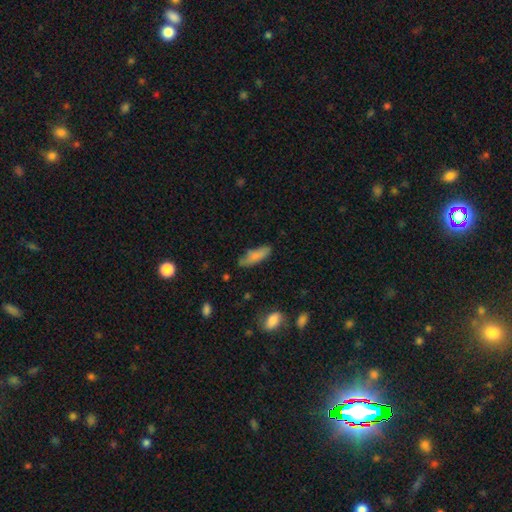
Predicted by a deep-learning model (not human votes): smooth-or-featured: smooth: 77% | featured or disk: 16% | star or artifact: 7%
  how-rounded: in between: 55% | cigar-shaped: 43% | round: 2%
  merging: none: 65% | minor disturbance: 26% | major disturbance: 6% | merger: 3%